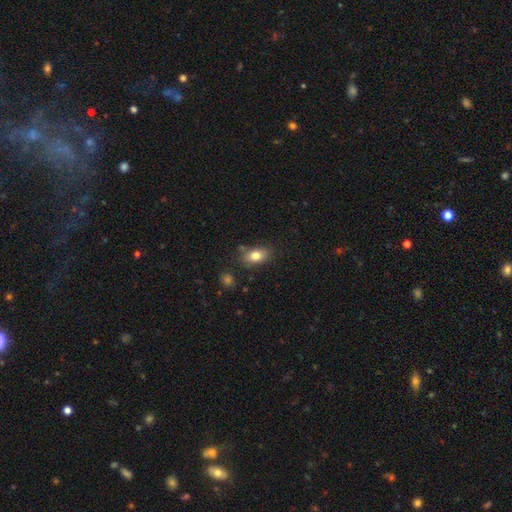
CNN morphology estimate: type=smooth (81%); roundness=in between (85%); merging=none (76%).